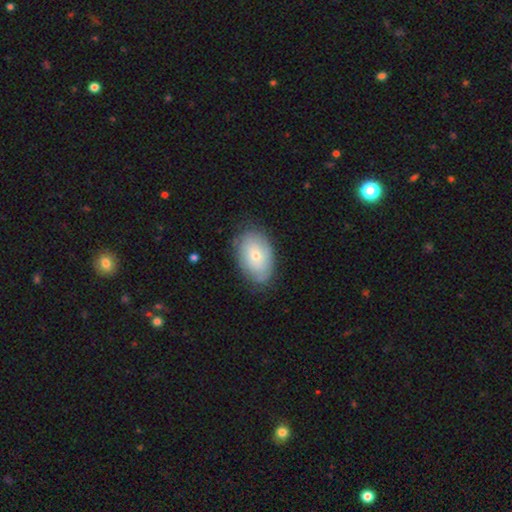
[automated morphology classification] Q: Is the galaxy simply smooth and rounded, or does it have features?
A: smooth — 57%.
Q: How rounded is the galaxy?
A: in between — 87%.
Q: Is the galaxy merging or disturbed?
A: none — 76%.